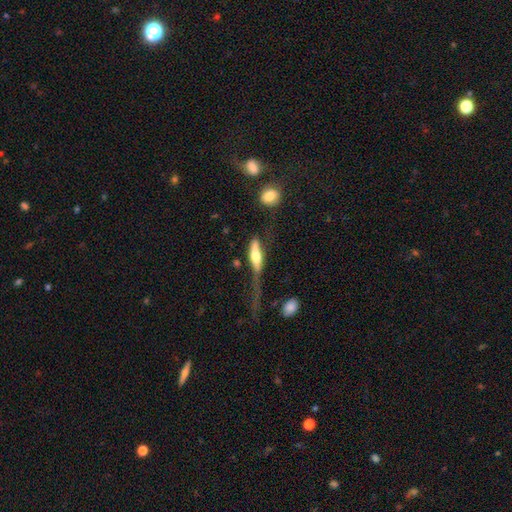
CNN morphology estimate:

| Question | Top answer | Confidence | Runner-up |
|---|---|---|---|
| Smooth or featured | smooth | 48% | featured or disk (45%) |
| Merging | major disturbance | 41% | none (29%) |